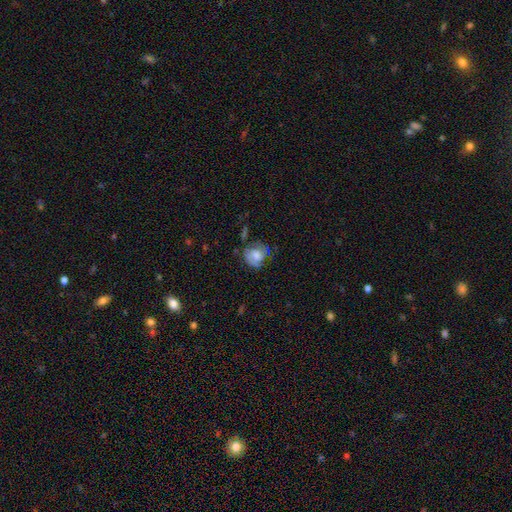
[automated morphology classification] Overall: smooth (54%; featured or disk 37%). How rounded: round (71%). Merging: none (51%; minor disturbance 28%).